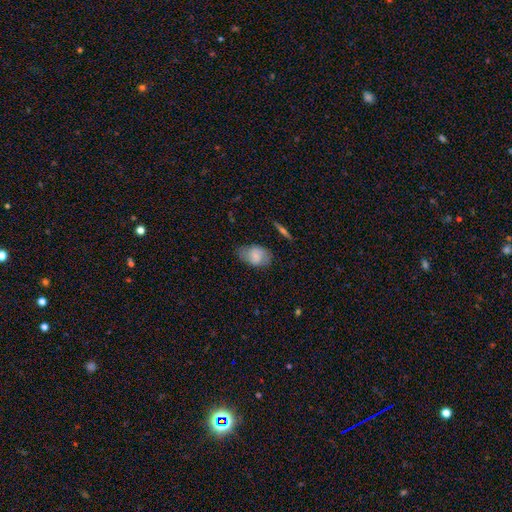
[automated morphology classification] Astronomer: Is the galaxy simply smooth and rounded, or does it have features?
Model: smooth — 73%.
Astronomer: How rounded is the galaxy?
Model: in between — 85%.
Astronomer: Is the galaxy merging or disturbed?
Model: none — 67%.